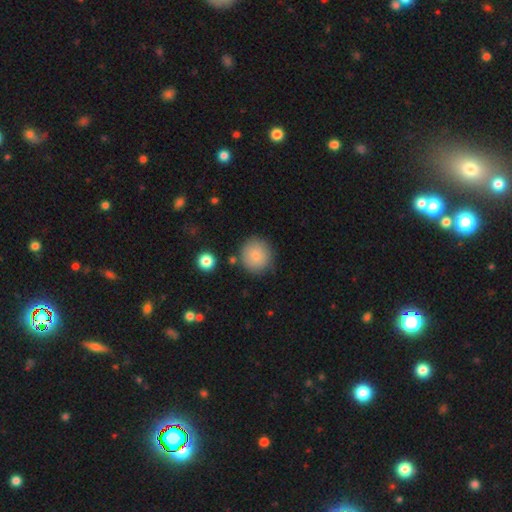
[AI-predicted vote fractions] This is clearly a smooth galaxy (83%). How rounded: clearly round (90%). Merging: clearly none (81%).